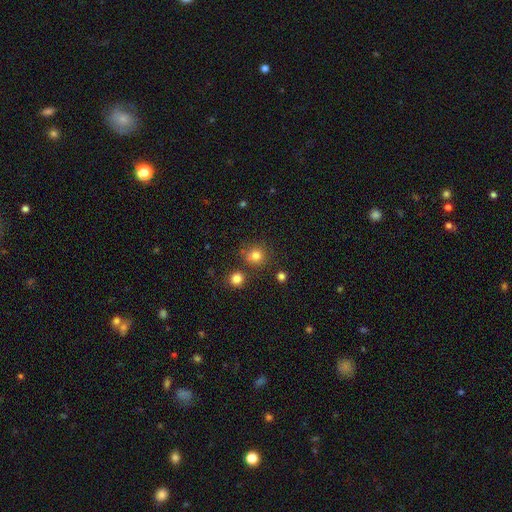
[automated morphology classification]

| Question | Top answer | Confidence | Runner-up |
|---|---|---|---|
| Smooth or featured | smooth | 80% | star or artifact (14%) |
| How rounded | round | 90% | in between (9%) |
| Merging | none | 77% | minor disturbance (11%) |